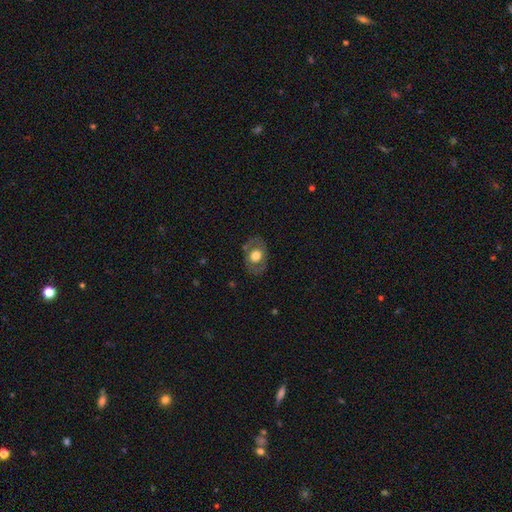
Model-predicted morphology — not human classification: type=smooth (52%); roundness=in between (69%); merging=none (75%).